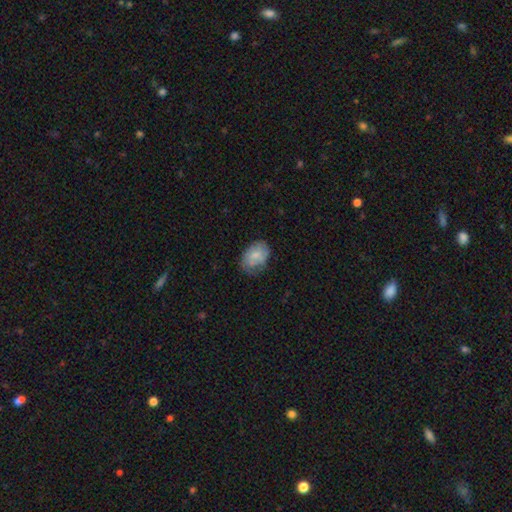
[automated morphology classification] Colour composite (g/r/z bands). It shows a smooth galaxy with no disk features (67%) that is in between round and cigar-shaped (79%). Merging: none (55%).